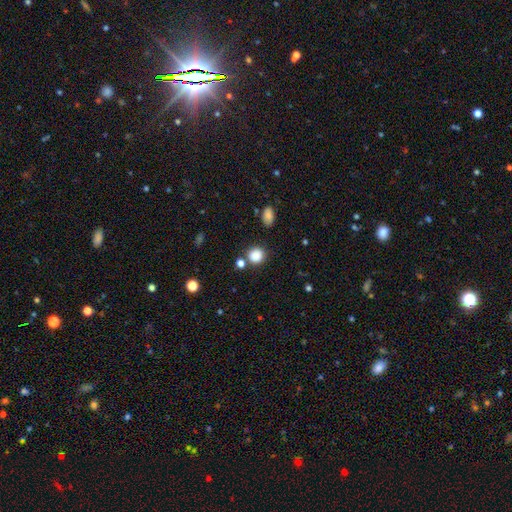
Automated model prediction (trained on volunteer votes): This appears to be a smooth galaxy with no disk features (85%) that is round (87%). Merging: none (78%).